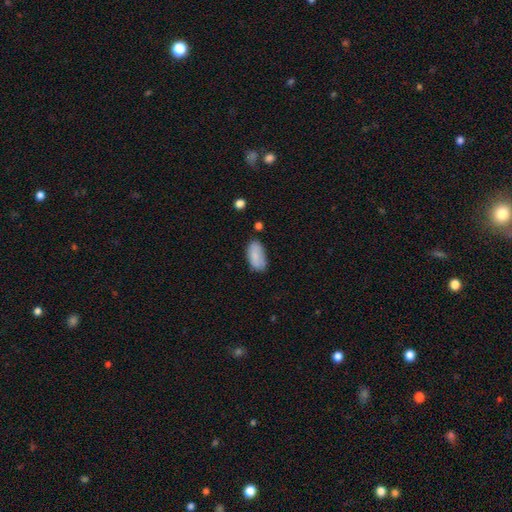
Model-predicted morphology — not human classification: A smooth galaxy with no disk features (81%) that is in between round and cigar-shaped (94%). Merging: none (68%).